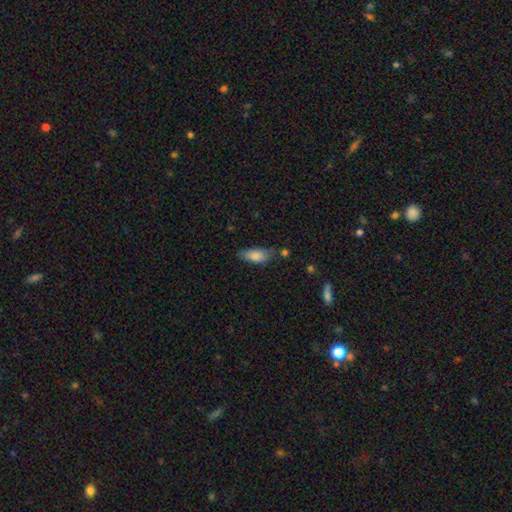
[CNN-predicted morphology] smooth 82%, featured or disk 11%, star or artifact 7%. Down the decision tree: how rounded — in between (82%); merging — none (57%).